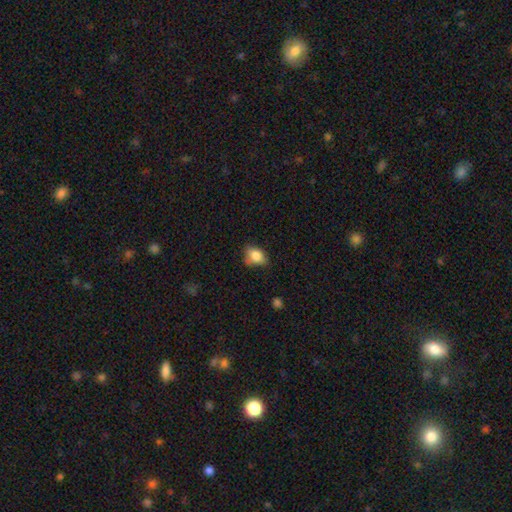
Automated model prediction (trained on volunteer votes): Overall: smooth (82%). How rounded: in between (72%). Merging: none (54%; minor disturbance 34%).